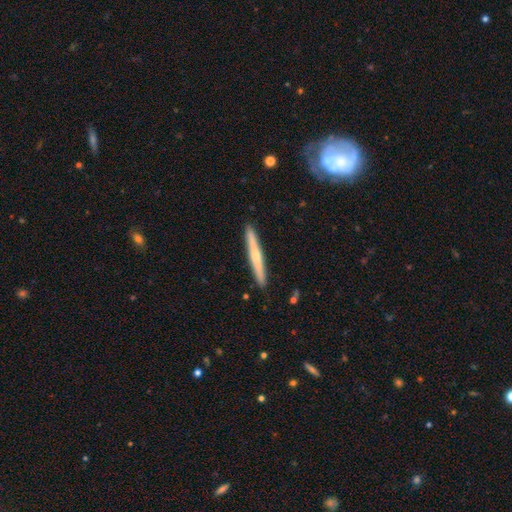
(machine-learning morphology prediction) Smooth or featured?
  - smooth: 48% *
  - featured or disk: 46%
  - star or artifact: 6%
Merging?
  - none: 92% *
  - minor disturbance: 6%
  - major disturbance: 1%
  - merger: 1%